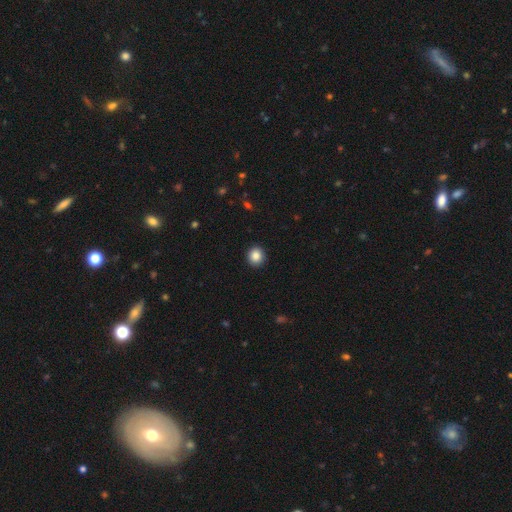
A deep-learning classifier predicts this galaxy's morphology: The model was most divided on "how rounded": round: 88%, in between: 11%, cigar-shaped: 1%. More confident: merging — none (92%); smooth or featured — smooth (87%).